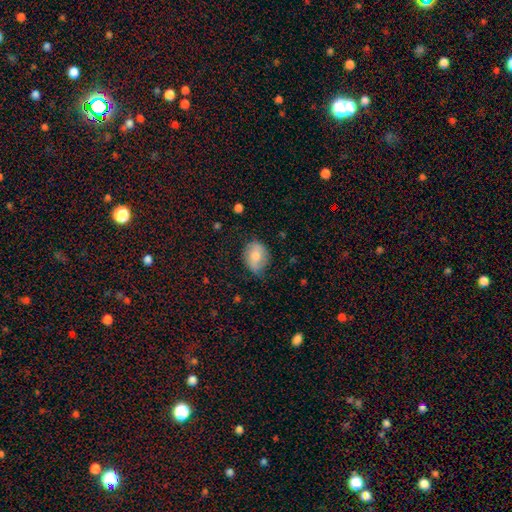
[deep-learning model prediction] Overall: smooth (71%). How rounded: in between (59%; round 40%). Merging: none (65%; minor disturbance 27%).